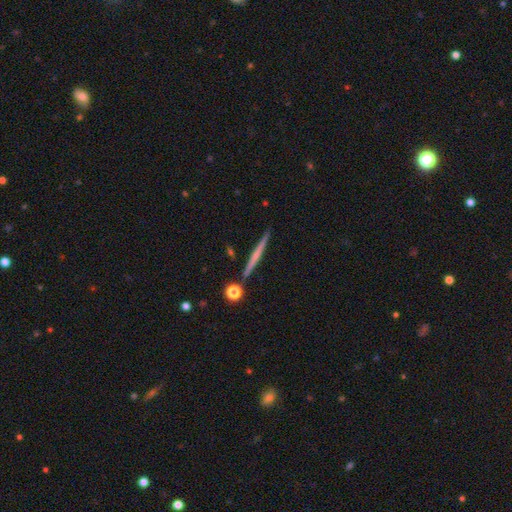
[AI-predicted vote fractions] Morphology: type=featured or disk (54%); edge-on=yes (97%); edge-on bulge=none (74%); merging=none (88%).